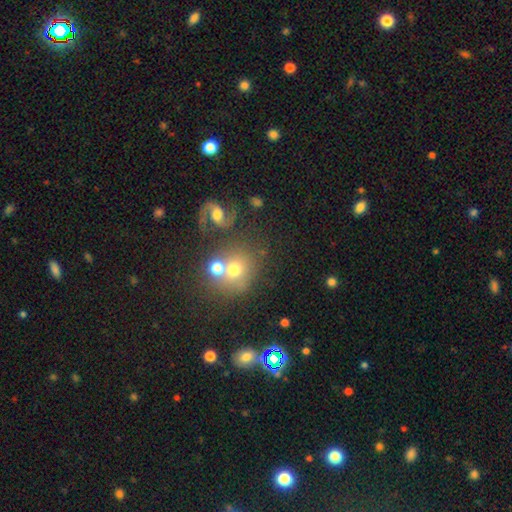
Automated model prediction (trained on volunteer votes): A smooth galaxy with no disk features (50%) that is round (78%). Merging: none (59%).